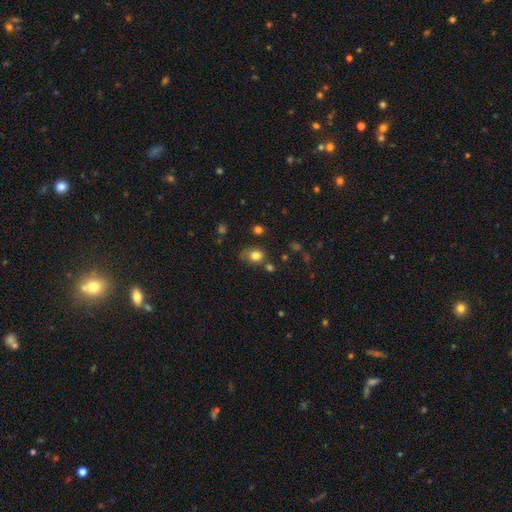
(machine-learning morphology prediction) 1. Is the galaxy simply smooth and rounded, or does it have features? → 80% smooth, 12% star or artifact, 8% featured or disk.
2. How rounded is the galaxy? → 61% round, 38% in between, 1% cigar-shaped.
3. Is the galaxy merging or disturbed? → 59% none, 24% minor disturbance, 9% major disturbance, 8% merger.